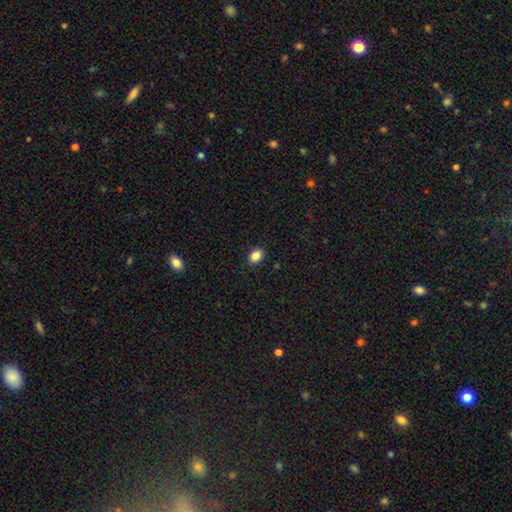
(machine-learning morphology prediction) Q: Smooth or featured?
A: smooth (87%); runner-up: star or artifact (9%)
Q: How rounded?
A: in between (67%); runner-up: round (32%)
Q: Merging?
A: none (90%); runner-up: minor disturbance (7%)